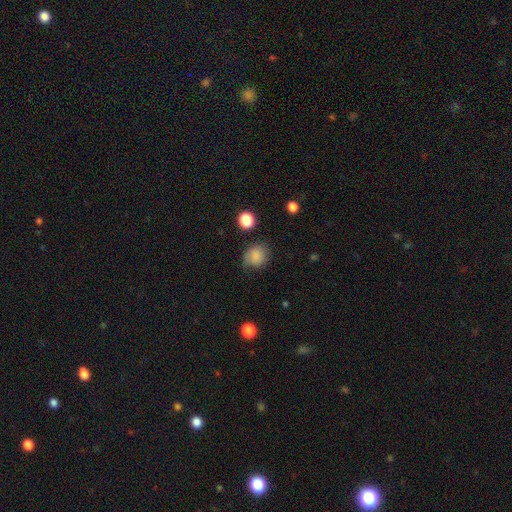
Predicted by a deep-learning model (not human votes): The model was most divided on "merging": none: 63%, minor disturbance: 26%, major disturbance: 8%, merger: 2%. More confident: smooth or featured — smooth (82%); how rounded — round (70%).